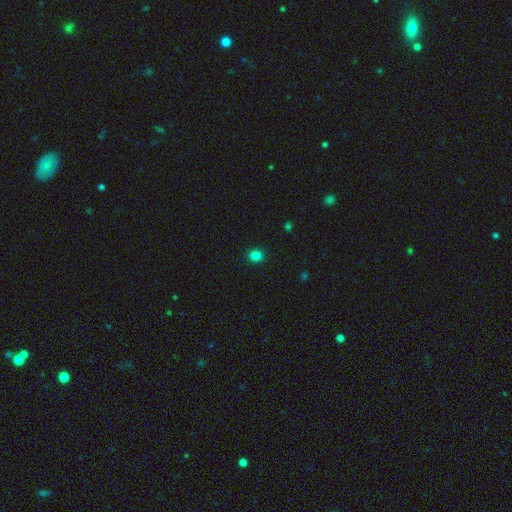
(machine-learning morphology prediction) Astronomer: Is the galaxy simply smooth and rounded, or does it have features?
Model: smooth — 83%.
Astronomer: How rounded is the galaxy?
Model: round — 83%.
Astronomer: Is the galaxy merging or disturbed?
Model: none — 92%.